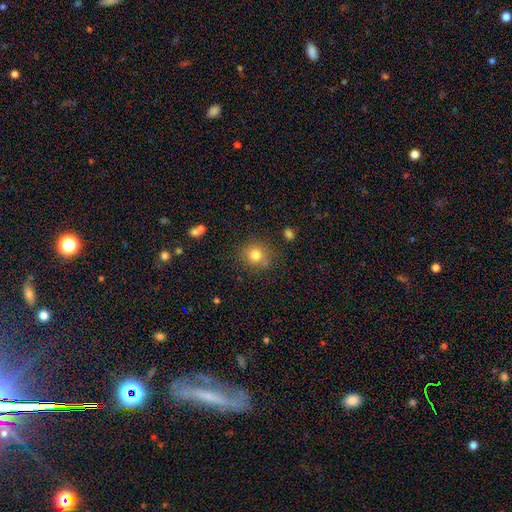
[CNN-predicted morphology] type=smooth (79%); roundness=round (88%); merging=none (77%).